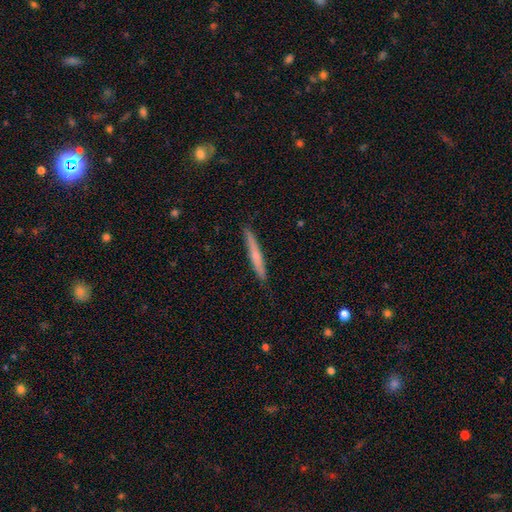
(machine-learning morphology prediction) This is possibly a smooth galaxy (56%). How rounded: clearly cigar-shaped (96%). Merging: clearly none (89%).